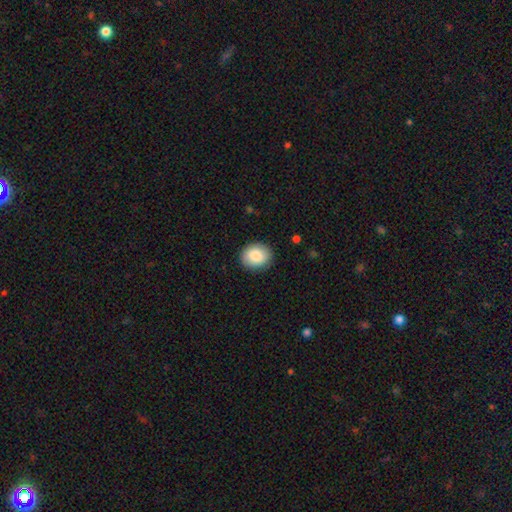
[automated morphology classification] A smooth galaxy with no disk features (86%) that is round (60%).

Vote fractions:
- Smooth or featured? smooth: 86% / featured or disk: 7% / star or artifact: 7%
- How rounded? round: 60% / in between: 39% / cigar-shaped: 1%
- Merging? none: 88% / minor disturbance: 9% / major disturbance: 2% / merger: 1%